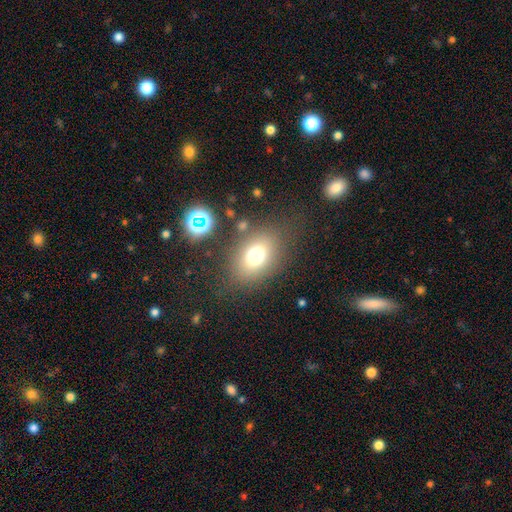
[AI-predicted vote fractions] smooth 71%, star or artifact 16%, featured or disk 13%. Down the decision tree: how rounded — in between (67%); merging — none (76%).